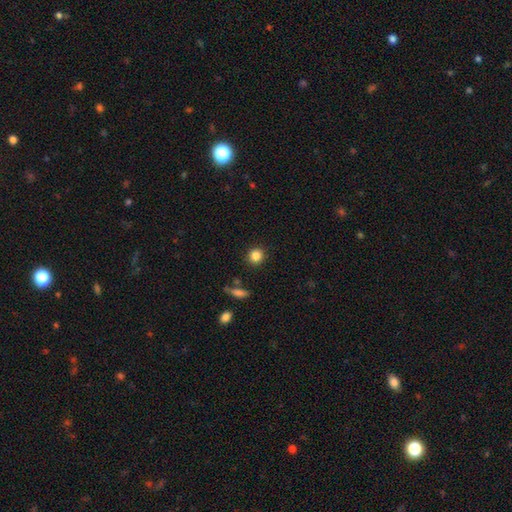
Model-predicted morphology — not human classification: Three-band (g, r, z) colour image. It shows a smooth galaxy with no disk features (85%) that is round (89%). Merging: none (89%).